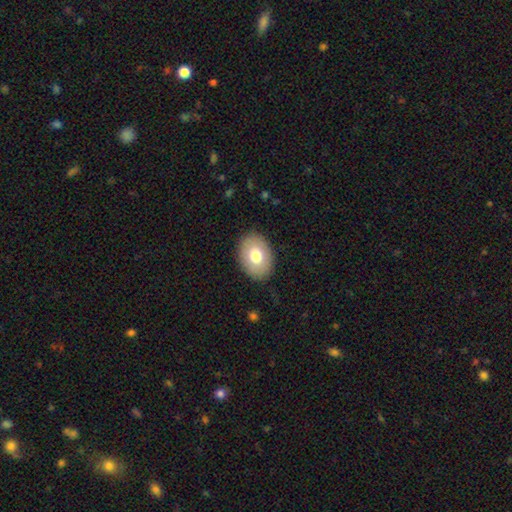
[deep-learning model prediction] smooth 74%, featured or disk 19%, star or artifact 7%. Down the decision tree: how rounded — in between (74%); merging — none (88%).